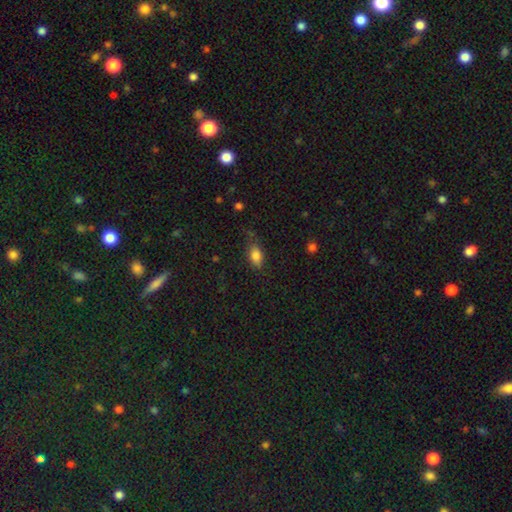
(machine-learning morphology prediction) Overall: smooth (82%). How rounded: in between (85%). Merging: none (64%; minor disturbance 25%).